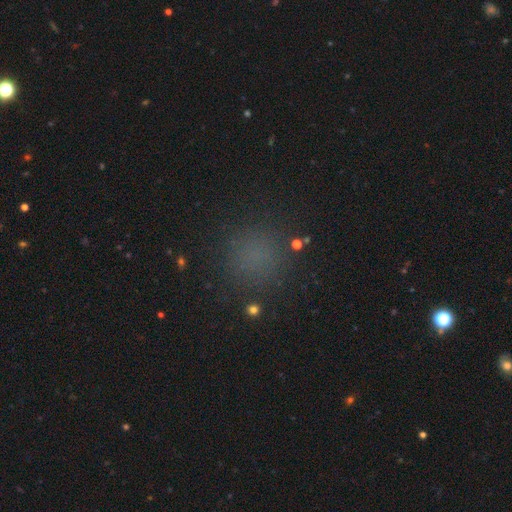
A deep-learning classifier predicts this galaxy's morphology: Smooth or featured: smooth — 66% (star or artifact — 28%)
How rounded: round — 92% (in between — 6%)
Merging: none — 87% (minor disturbance — 8%)